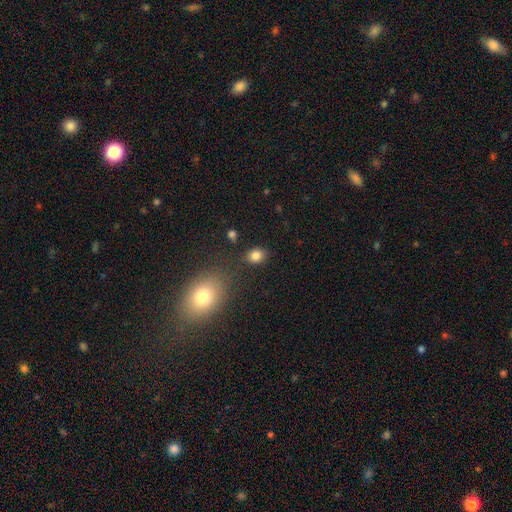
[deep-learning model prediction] smooth-or-featured: smooth: 83% | star or artifact: 11% | featured or disk: 5%
  how-rounded: in between: 51% | round: 48% | cigar-shaped: 1%
  merging: none: 81% | minor disturbance: 11% | merger: 4% | major disturbance: 4%